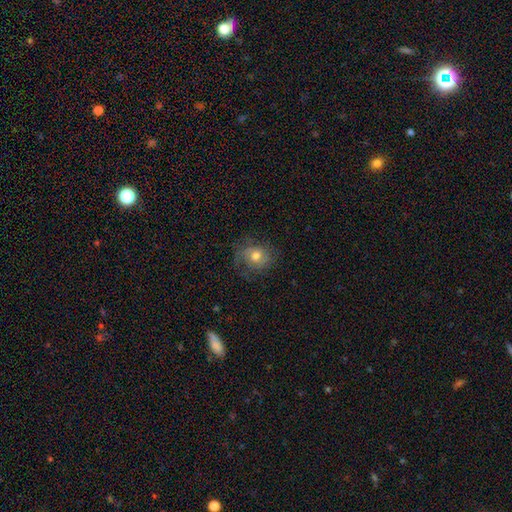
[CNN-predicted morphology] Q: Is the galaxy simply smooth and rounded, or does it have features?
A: smooth — 45%.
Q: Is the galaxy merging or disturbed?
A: none — 67%.